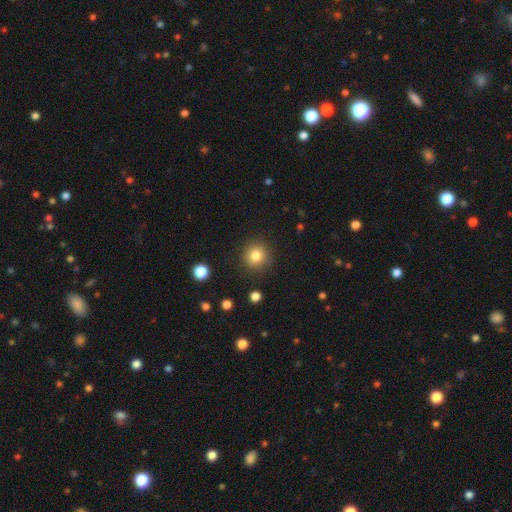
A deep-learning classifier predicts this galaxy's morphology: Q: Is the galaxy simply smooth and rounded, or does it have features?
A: smooth — 82%.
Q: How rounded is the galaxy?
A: round — 92%.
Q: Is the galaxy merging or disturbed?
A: none — 88%.